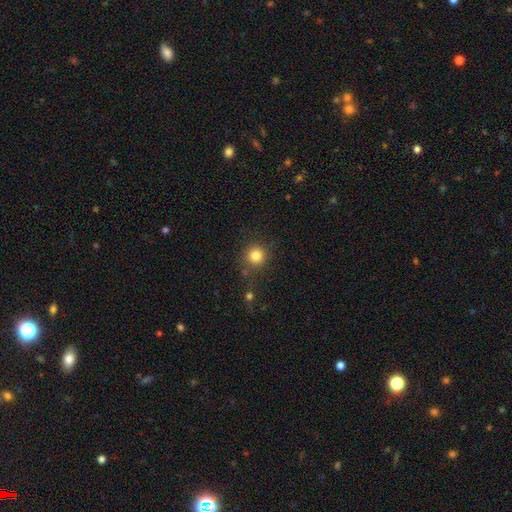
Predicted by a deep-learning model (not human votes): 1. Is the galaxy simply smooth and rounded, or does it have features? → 83% smooth, 12% star or artifact, 5% featured or disk.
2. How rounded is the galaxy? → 94% round, 5% in between, 1% cigar-shaped.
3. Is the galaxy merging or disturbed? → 83% none, 9% minor disturbance, 4% merger, 4% major disturbance.